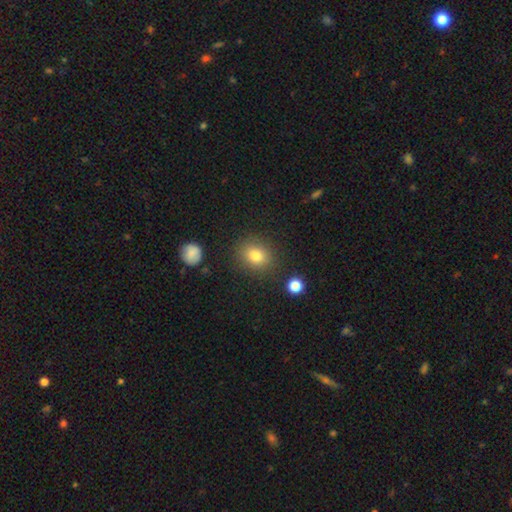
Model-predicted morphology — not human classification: A smooth galaxy with no disk features (81%) that is round (62%).

Vote fractions:
- Smooth or featured? smooth: 81% / star or artifact: 12% / featured or disk: 7%
- How rounded? round: 62% / in between: 37% / cigar-shaped: 1%
- Merging? none: 84% / minor disturbance: 9% / major disturbance: 3% / merger: 3%